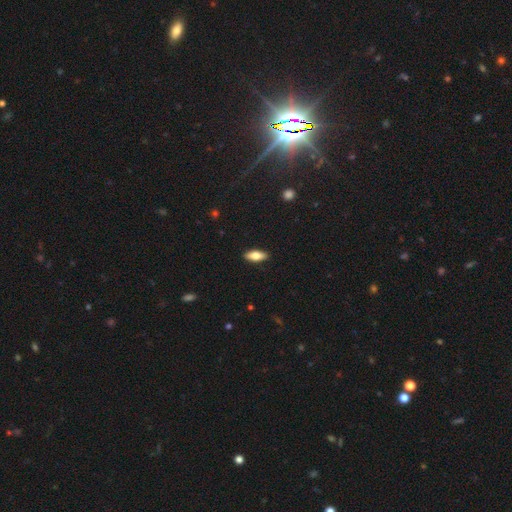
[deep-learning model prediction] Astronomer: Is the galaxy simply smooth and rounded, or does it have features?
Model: smooth — 70%.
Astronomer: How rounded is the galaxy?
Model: in between — 75%.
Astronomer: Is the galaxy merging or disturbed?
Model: none — 90%.